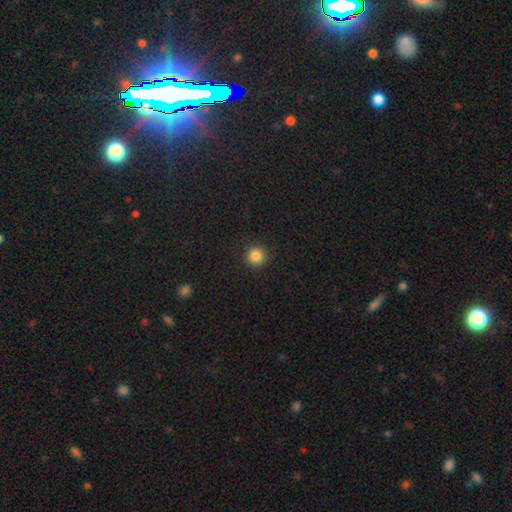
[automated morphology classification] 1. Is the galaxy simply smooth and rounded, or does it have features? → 86% smooth, 11% star or artifact, 3% featured or disk.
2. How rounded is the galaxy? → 95% round, 4% in between, 1% cigar-shaped.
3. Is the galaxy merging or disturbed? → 92% none, 5% minor disturbance, 2% major disturbance, 1% merger.